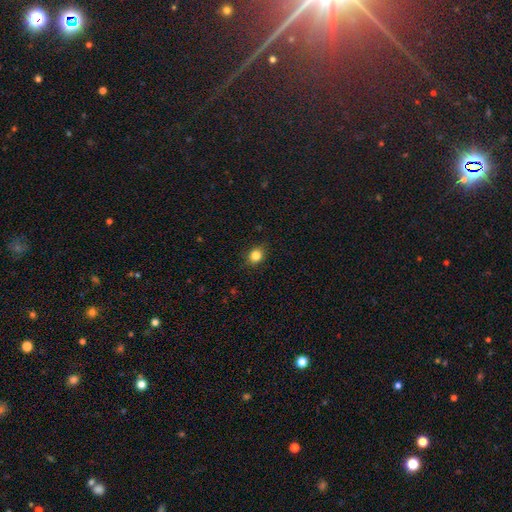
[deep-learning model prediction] Q: Smooth or featured?
A: smooth (83%); runner-up: star or artifact (11%)
Q: How rounded?
A: round (68%); runner-up: in between (31%)
Q: Merging?
A: none (88%); runner-up: minor disturbance (9%)